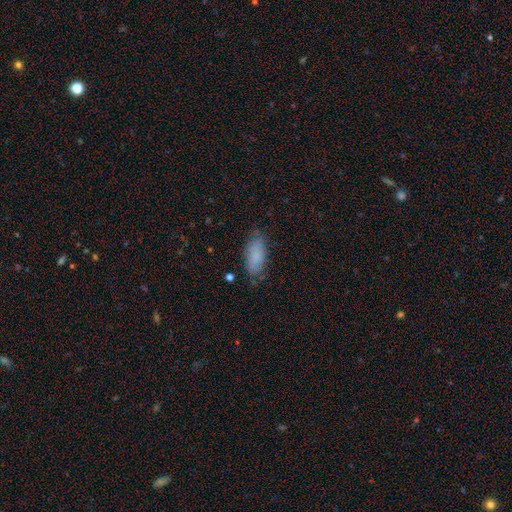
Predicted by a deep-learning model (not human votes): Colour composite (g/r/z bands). It shows a smooth galaxy with no disk features (81%) that is in between round and cigar-shaped (87%). Merging: none (73%).